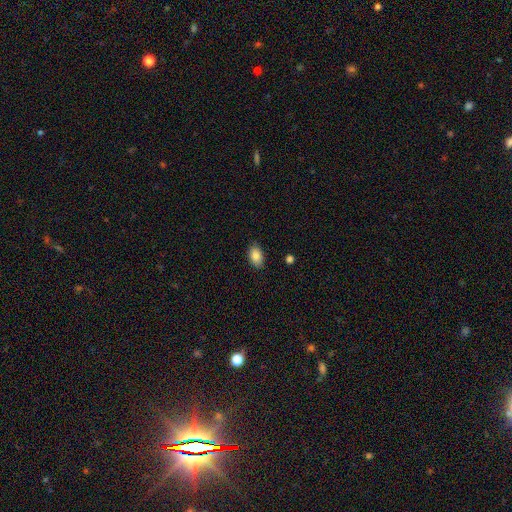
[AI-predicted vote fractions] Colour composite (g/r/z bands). It shows a smooth galaxy with no disk features (85%) that is in between round and cigar-shaped (88%). Merging: none (85%).